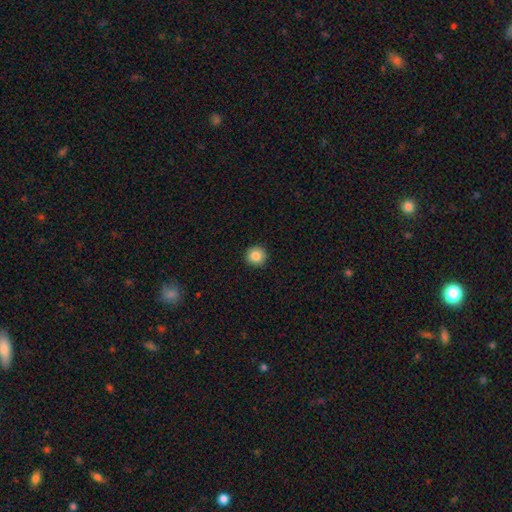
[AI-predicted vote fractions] Morphology: type=smooth (85%); roundness=round (95%); merging=none (92%).